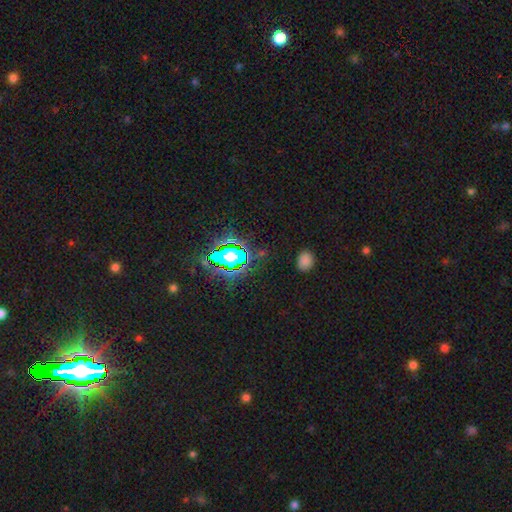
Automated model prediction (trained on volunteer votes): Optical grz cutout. It shows a star or artifact, not a galaxy (73%).